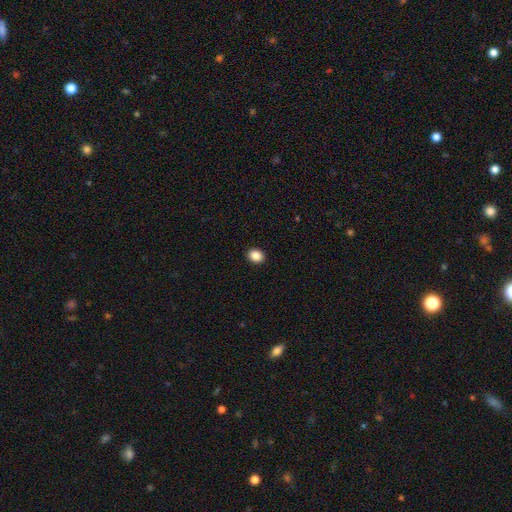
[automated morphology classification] Smooth or featured? smooth (87%)
How rounded? round (57%)
Merging? none (92%)